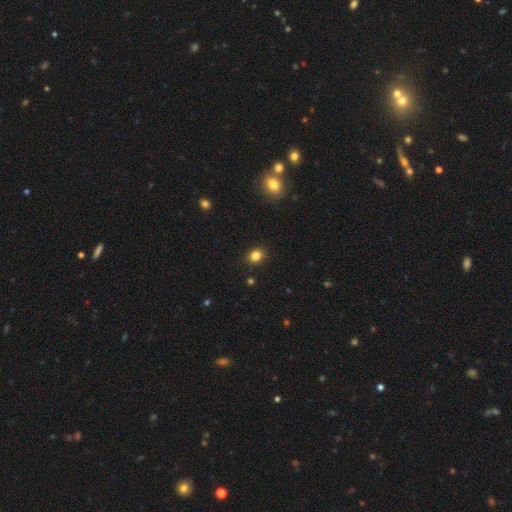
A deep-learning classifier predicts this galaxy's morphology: Smooth or featured?
  - smooth: 83% *
  - star or artifact: 12%
  - featured or disk: 5%
How rounded?
  - round: 65% *
  - in between: 34%
  - cigar-shaped: 1%
Merging?
  - none: 90% *
  - minor disturbance: 7%
  - major disturbance: 2%
  - merger: 1%